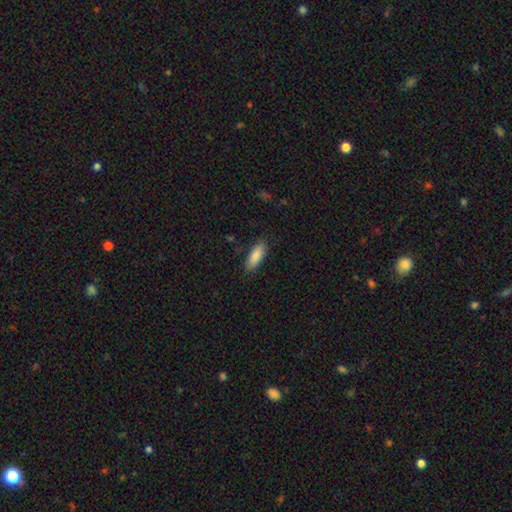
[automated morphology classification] The model was most divided on "how rounded": in between: 67%, cigar-shaped: 31%, round: 2%. More confident: smooth or featured — smooth (87%); merging — none (85%).